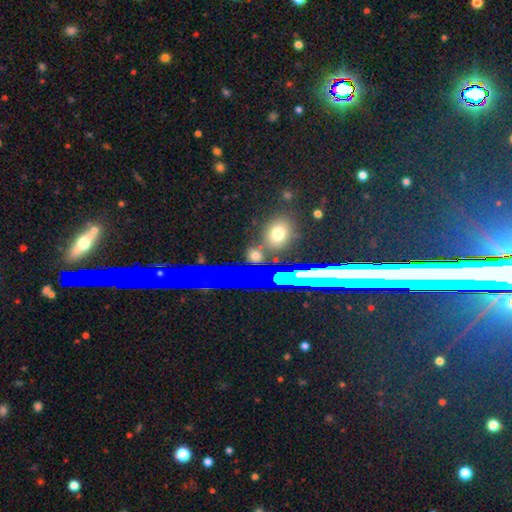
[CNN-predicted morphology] Smooth or featured: smooth — 60% (star or artifact — 29%)
How rounded: round — 53% (in between — 42%)
Merging: none — 85% (minor disturbance — 8%)